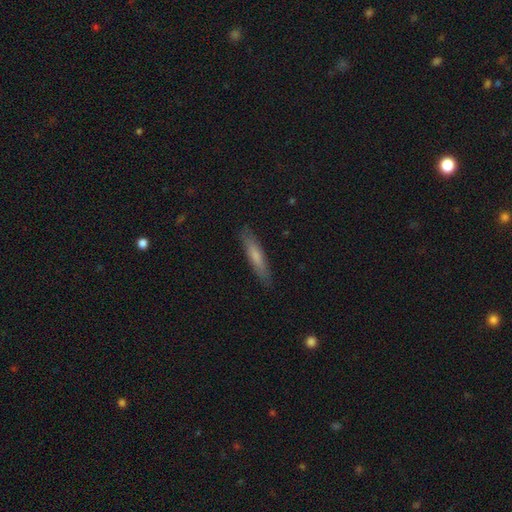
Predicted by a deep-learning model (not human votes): Q: Smooth or featured?
A: smooth (68%); runner-up: featured or disk (26%)
Q: How rounded?
A: cigar-shaped (86%); runner-up: in between (13%)
Q: Merging?
A: none (88%); runner-up: minor disturbance (9%)